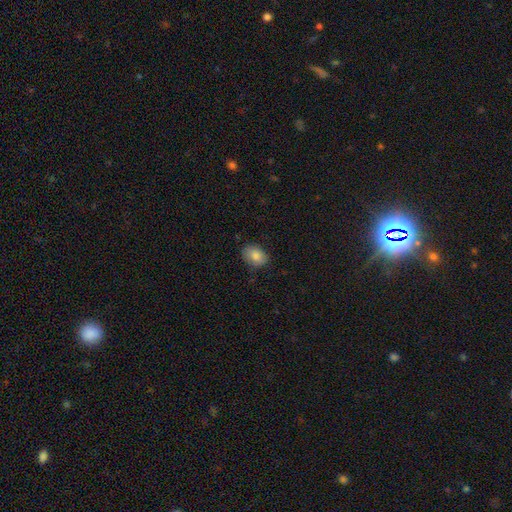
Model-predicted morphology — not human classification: This appears to be a smooth galaxy with no disk features (85%) that is in between round and cigar-shaped (74%). Merging: none (80%).